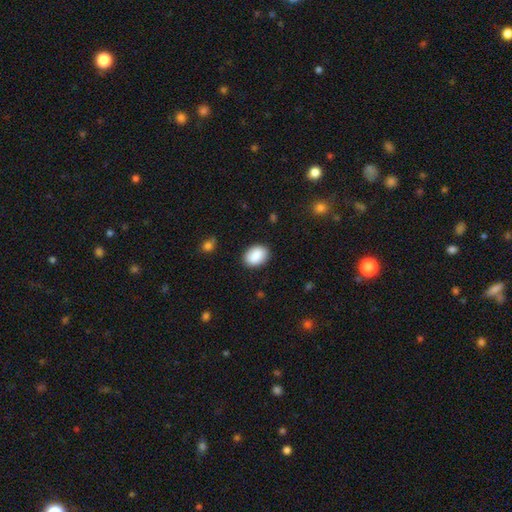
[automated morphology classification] Smooth or featured?
  - smooth: 88% *
  - star or artifact: 7%
  - featured or disk: 5%
How rounded?
  - in between: 75% *
  - round: 23%
  - cigar-shaped: 1%
Merging?
  - none: 85% *
  - minor disturbance: 11%
  - major disturbance: 3%
  - merger: 1%